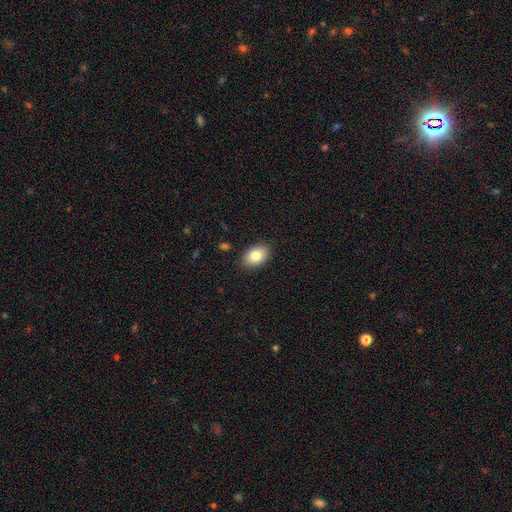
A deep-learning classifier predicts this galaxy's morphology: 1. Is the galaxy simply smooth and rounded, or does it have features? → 82% smooth, 10% featured or disk, 8% star or artifact.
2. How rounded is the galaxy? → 88% in between, 11% round, 1% cigar-shaped.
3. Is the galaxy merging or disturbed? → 88% none, 9% minor disturbance, 2% major disturbance, 1% merger.